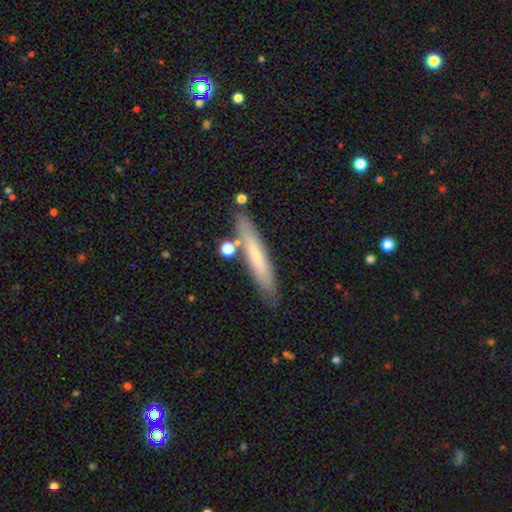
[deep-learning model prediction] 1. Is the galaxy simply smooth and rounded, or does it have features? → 68% smooth, 26% featured or disk, 6% star or artifact.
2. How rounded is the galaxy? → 92% cigar-shaped, 7% in between, 1% round.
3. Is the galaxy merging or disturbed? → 81% none, 11% minor disturbance, 5% merger, 2% major disturbance.